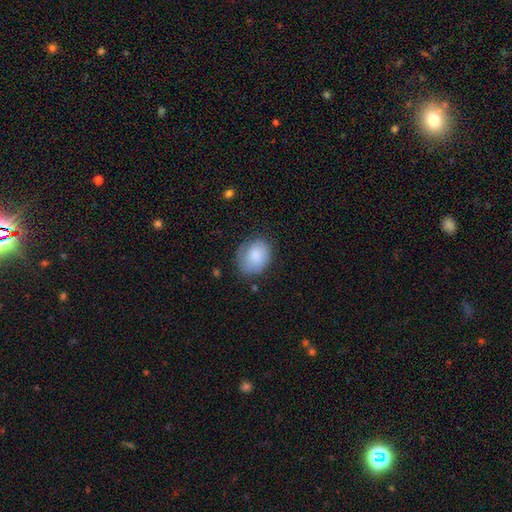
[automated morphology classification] smooth-or-featured: smooth: 80% | featured or disk: 13% | star or artifact: 7%
  how-rounded: in between: 53% | round: 47% | cigar-shaped: 1%
  merging: none: 66% | minor disturbance: 24% | major disturbance: 8% | merger: 2%